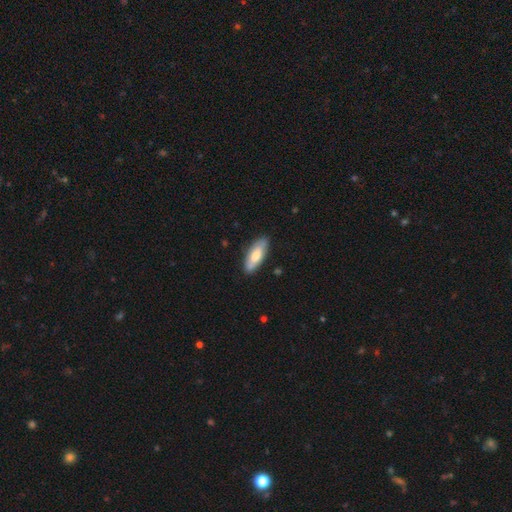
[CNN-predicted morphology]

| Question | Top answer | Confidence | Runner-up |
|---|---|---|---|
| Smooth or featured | smooth | 69% | featured or disk (25%) |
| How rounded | in between | 71% | cigar-shaped (28%) |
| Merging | none | 84% | minor disturbance (13%) |